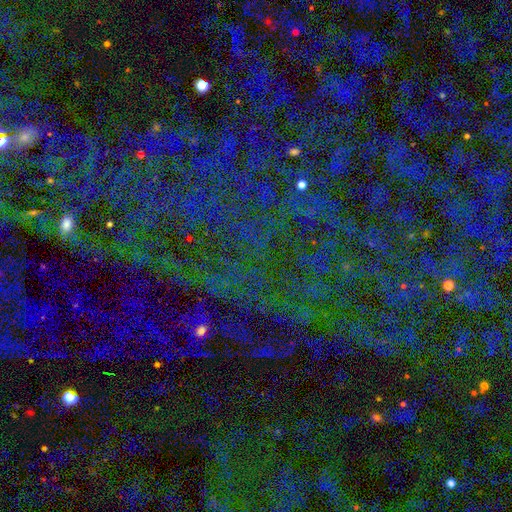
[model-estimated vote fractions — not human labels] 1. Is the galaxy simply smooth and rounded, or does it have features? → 79% star or artifact, 12% smooth, 9% featured or disk.